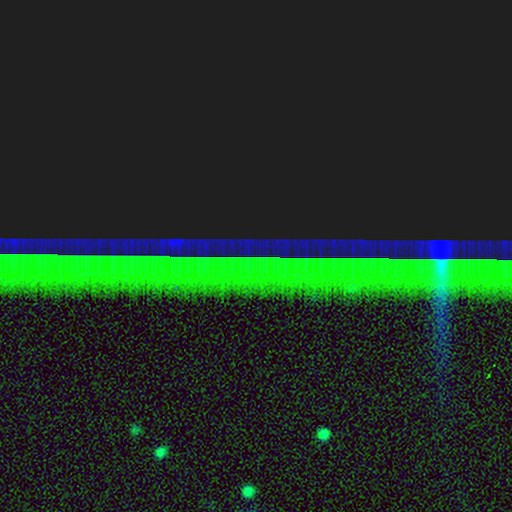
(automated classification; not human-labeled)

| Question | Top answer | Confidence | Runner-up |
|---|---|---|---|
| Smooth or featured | star or artifact | 85% | featured or disk (8%) |